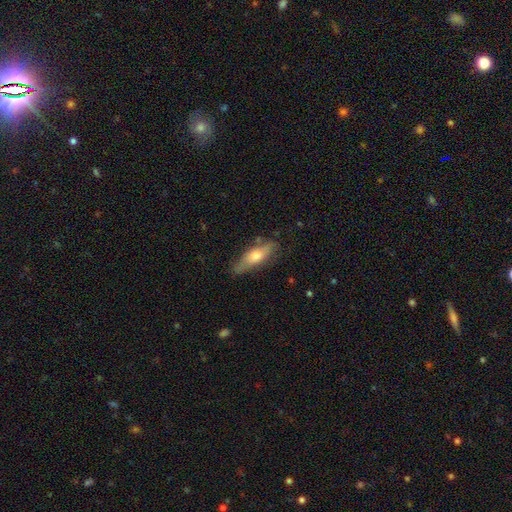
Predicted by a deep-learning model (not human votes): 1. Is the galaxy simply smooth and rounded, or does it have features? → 57% smooth, 37% featured or disk, 6% star or artifact.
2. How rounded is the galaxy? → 51% cigar-shaped, 46% in between, 3% round.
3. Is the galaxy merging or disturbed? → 74% none, 20% minor disturbance, 4% major disturbance, 3% merger.